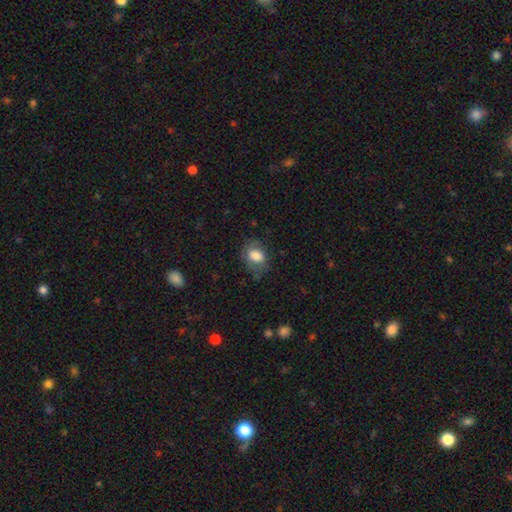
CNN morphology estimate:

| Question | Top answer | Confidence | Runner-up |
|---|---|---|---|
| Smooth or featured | smooth | 78% | featured or disk (14%) |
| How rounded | in between | 66% | round (32%) |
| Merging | none | 60% | minor disturbance (26%) |